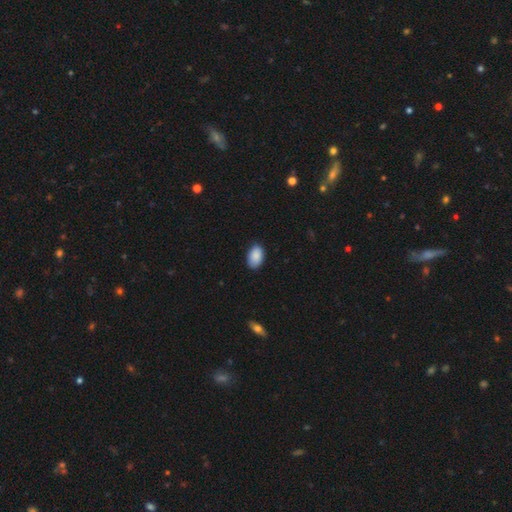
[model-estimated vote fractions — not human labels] Smooth or featured?
  - smooth: 90% *
  - star or artifact: 7%
  - featured or disk: 4%
How rounded?
  - in between: 92% *
  - round: 7%
  - cigar-shaped: 1%
Merging?
  - none: 84% *
  - minor disturbance: 13%
  - major disturbance: 2%
  - merger: 1%